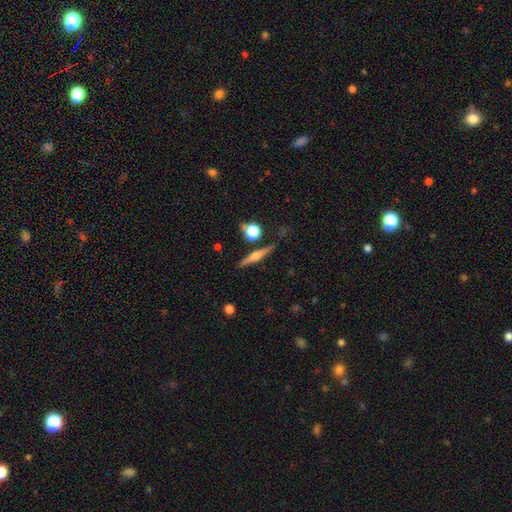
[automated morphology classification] type=featured or disk (72%); edge-on=yes (98%); edge-on bulge=rounded (90%); merging=none (86%).